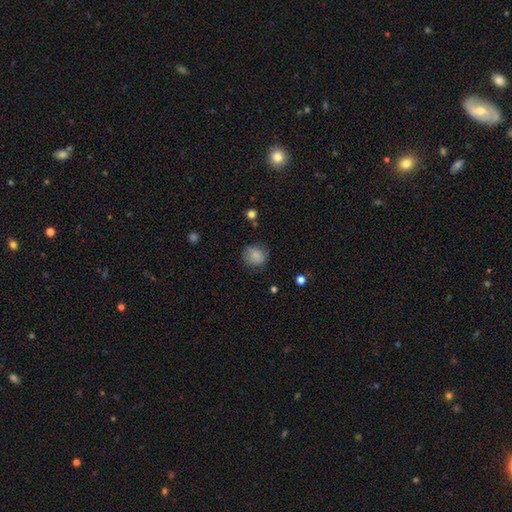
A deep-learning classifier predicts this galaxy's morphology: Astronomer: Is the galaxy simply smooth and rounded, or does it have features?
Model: smooth — 84%.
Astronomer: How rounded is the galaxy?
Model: round — 84%.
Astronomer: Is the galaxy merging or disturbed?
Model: none — 75%.